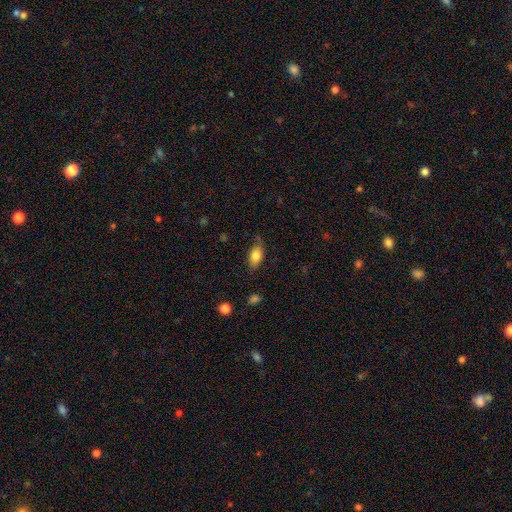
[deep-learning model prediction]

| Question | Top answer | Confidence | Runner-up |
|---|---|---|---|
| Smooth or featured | smooth | 81% | featured or disk (12%) |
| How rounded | in between | 90% | round (5%) |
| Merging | none | 72% | minor disturbance (21%) |